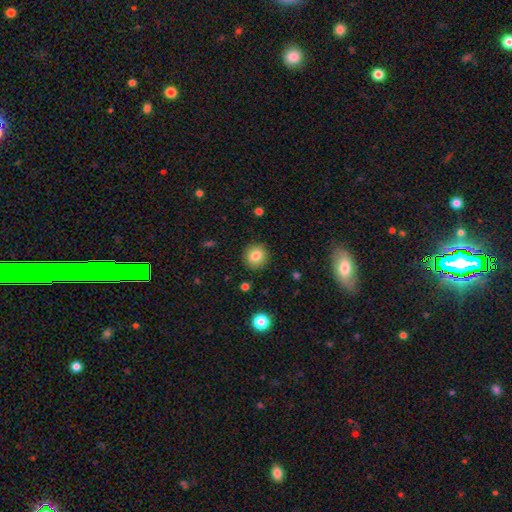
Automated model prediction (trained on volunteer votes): Smooth or featured? Predicted: smooth (p=0.83). How rounded? Predicted: round (p=0.90). Merging? Predicted: none (p=0.90).